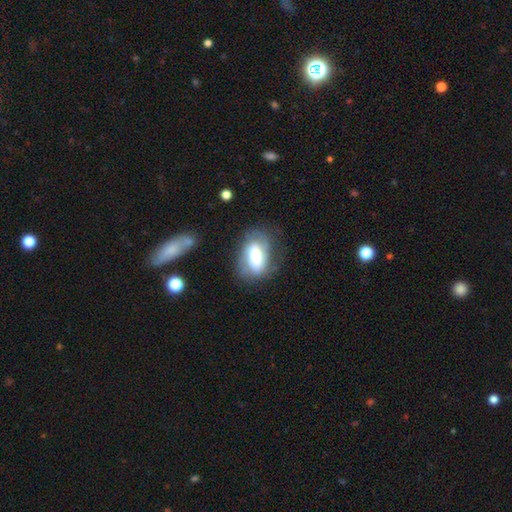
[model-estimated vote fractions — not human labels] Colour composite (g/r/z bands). It shows a featured or disk galaxy (50%). Merging: none (65%).